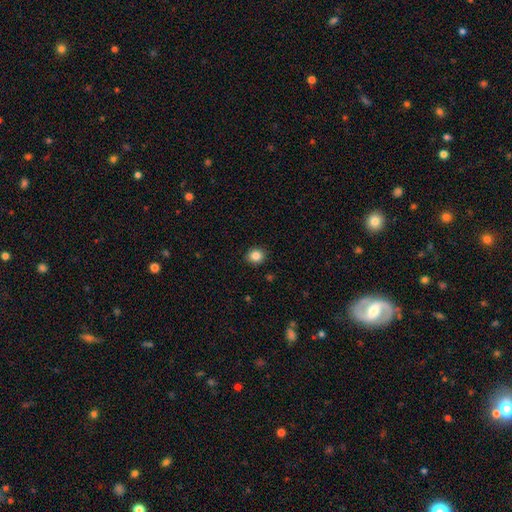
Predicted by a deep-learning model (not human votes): smooth-or-featured: smooth: 85% | star or artifact: 10% | featured or disk: 4%
  how-rounded: round: 82% | in between: 17% | cigar-shaped: 1%
  merging: none: 90% | minor disturbance: 7% | major disturbance: 2% | merger: 1%